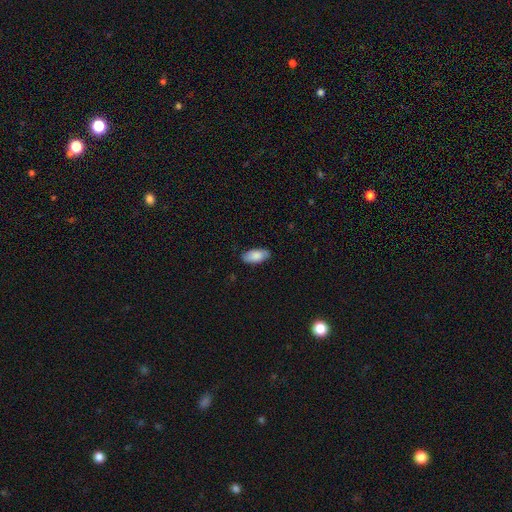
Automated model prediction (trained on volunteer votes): Smooth or featured?
  - smooth: 85% *
  - featured or disk: 9%
  - star or artifact: 6%
How rounded?
  - in between: 91% *
  - cigar-shaped: 7%
  - round: 2%
Merging?
  - none: 85% *
  - minor disturbance: 12%
  - major disturbance: 2%
  - merger: 1%